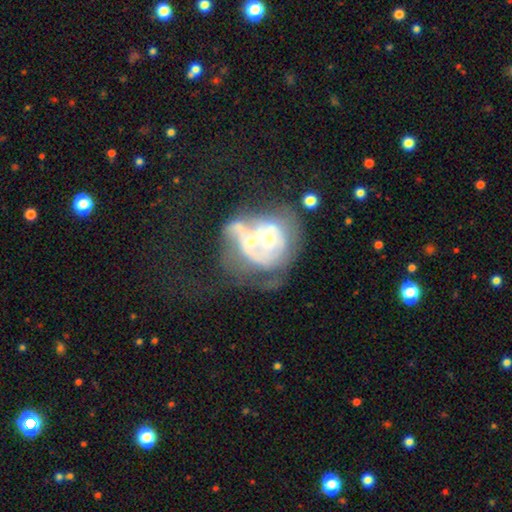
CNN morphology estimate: Smooth or featured? Predicted: featured or disk (p=0.68). Edge-on disk? Predicted: no (p=0.97). Bar? Predicted: no (p=0.74). Spiral arms? Predicted: no (p=0.59). Bulge size? Predicted: moderate (p=0.49). Merging? Predicted: merger (p=0.50).